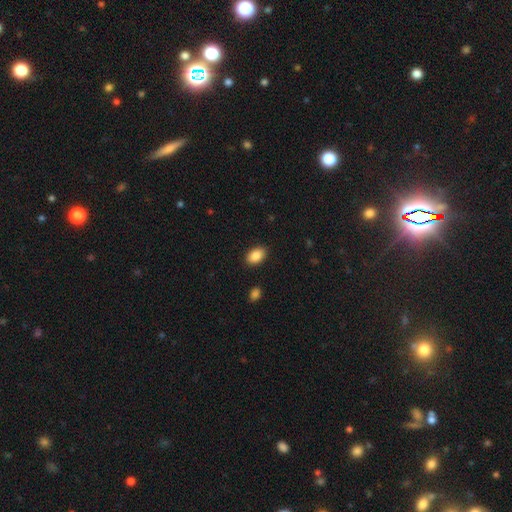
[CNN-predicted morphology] smooth_or_featured: smooth (p=0.89) [alt: star or artifact p=0.07]
how_rounded: in between (p=0.89) [alt: round p=0.10]
merging: none (p=0.89) [alt: minor disturbance p=0.08]